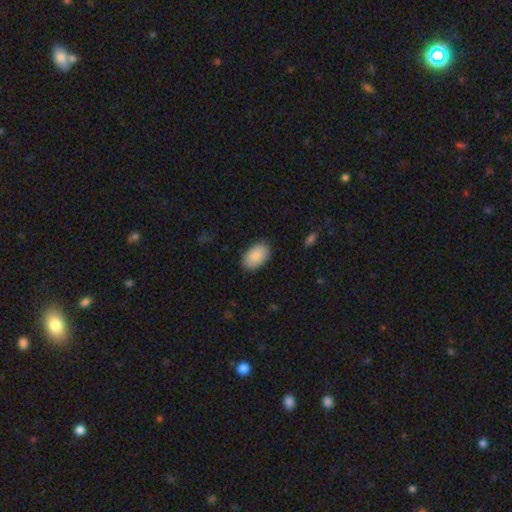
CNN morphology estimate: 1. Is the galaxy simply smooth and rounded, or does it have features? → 87% smooth, 7% featured or disk, 6% star or artifact.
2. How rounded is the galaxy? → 93% in between, 6% round, 1% cigar-shaped.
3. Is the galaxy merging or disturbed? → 86% none, 11% minor disturbance, 2% major disturbance, 1% merger.